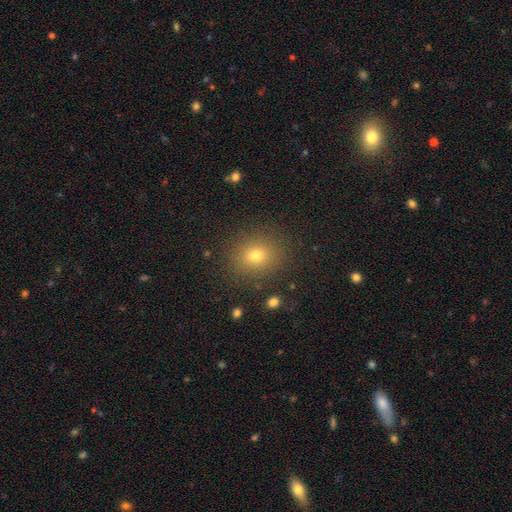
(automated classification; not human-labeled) A smooth galaxy with no disk features (73%) that is round (66%). Merging: none (87%).